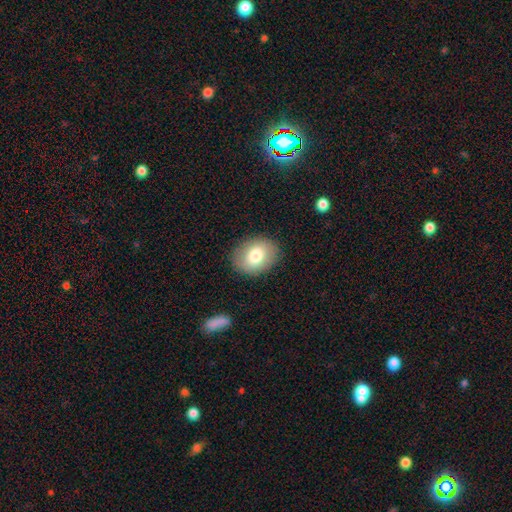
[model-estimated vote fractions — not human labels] Overall: smooth (77%). How rounded: in between (63%; round 36%). Merging: none (87%).